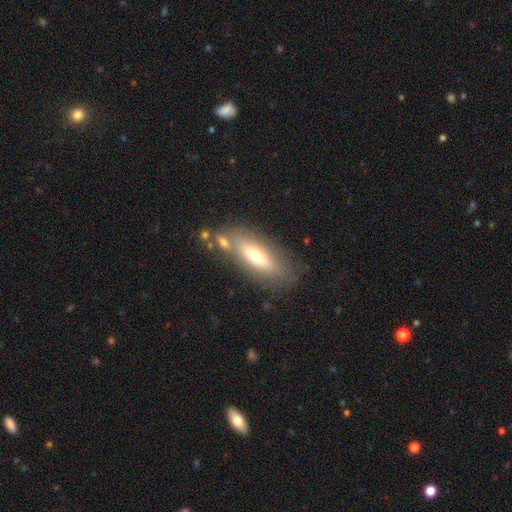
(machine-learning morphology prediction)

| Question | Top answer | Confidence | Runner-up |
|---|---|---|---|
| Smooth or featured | smooth | 56% | featured or disk (36%) |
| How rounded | in between | 55% | cigar-shaped (43%) |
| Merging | none | 68% | minor disturbance (15%) |